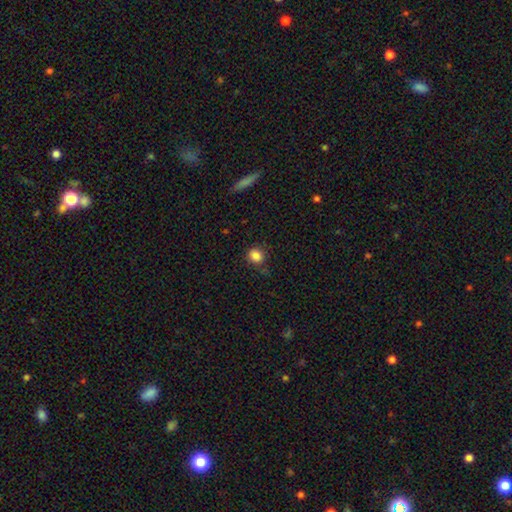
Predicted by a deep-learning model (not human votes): Smooth or featured?
  - smooth: 85% *
  - star or artifact: 10%
  - featured or disk: 4%
How rounded?
  - round: 72% *
  - in between: 27%
  - cigar-shaped: 1%
Merging?
  - none: 77% *
  - minor disturbance: 16%
  - major disturbance: 5%
  - merger: 2%